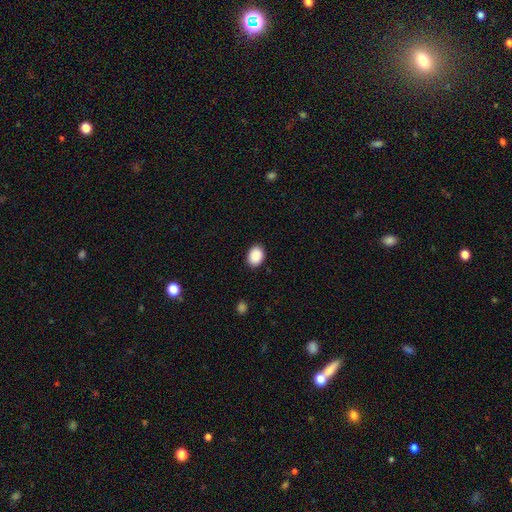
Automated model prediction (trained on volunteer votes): This appears to be a smooth galaxy with no disk features (90%) that is in between round and cigar-shaped (70%). Merging: none (89%).